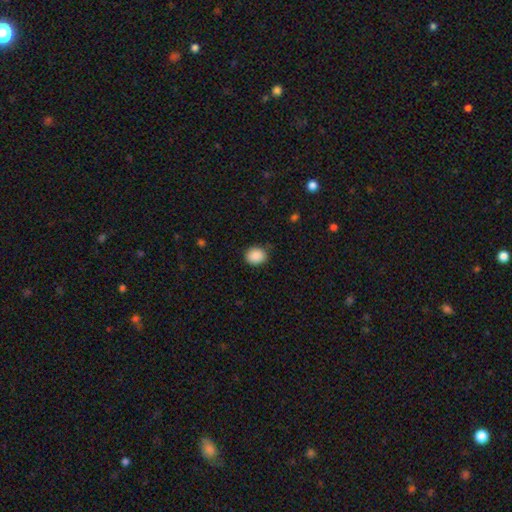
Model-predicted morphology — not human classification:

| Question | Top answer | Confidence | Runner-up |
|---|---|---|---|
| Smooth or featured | smooth | 89% | star or artifact (8%) |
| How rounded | round | 62% | in between (37%) |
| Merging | none | 82% | minor disturbance (14%) |